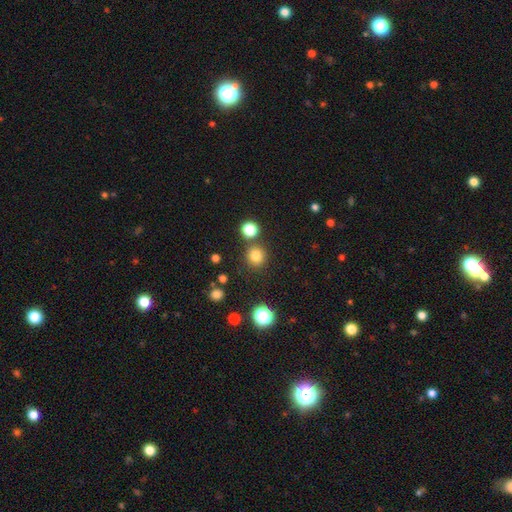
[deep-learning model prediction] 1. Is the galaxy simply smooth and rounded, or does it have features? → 78% smooth, 16% star or artifact, 6% featured or disk.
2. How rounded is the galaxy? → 93% round, 6% in between, 1% cigar-shaped.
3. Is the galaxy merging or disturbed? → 83% none, 7% merger, 7% minor disturbance, 3% major disturbance.